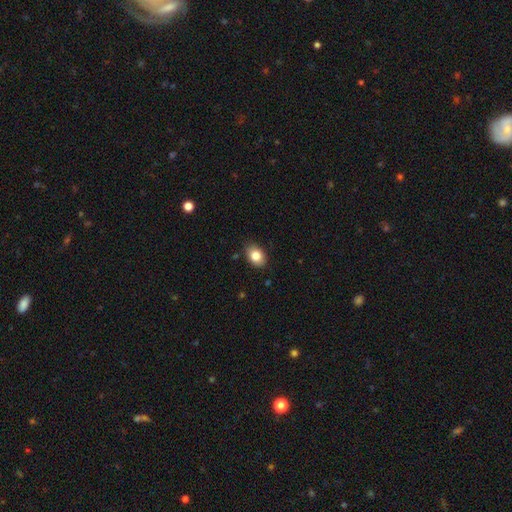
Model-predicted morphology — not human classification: This appears to be a smooth galaxy with no disk features (83%) that is in between round and cigar-shaped (78%). Merging: none (86%).